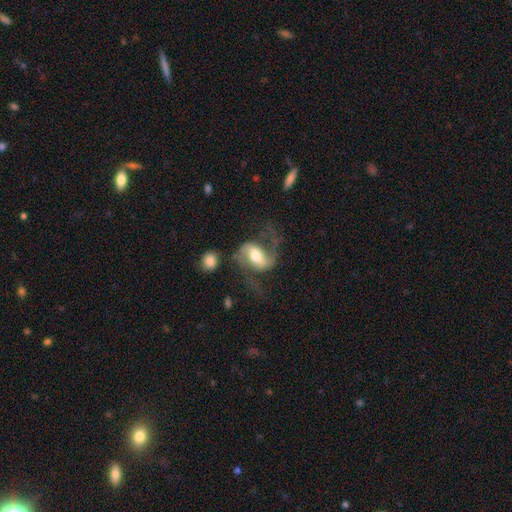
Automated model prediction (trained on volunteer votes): This is clearly a featured or disk galaxy (86%). It is clearly not viewed edge-on (97%). Bar: marginally weak (42%). Spiral arm pattern: clearly yes (96%). Spiral arm count: clearly 2 (92%). Spiral winding: possibly loose (59%). Central bulge: likely moderate (65%). Merging: possibly none (58%).